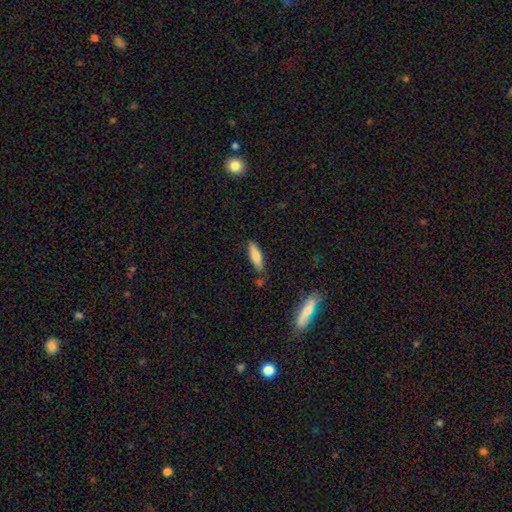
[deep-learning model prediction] Smooth or featured?
  - smooth: 73% *
  - featured or disk: 20%
  - star or artifact: 6%
How rounded?
  - cigar-shaped: 66% *
  - in between: 32%
  - round: 2%
Merging?
  - none: 78% *
  - minor disturbance: 15%
  - merger: 4%
  - major disturbance: 3%